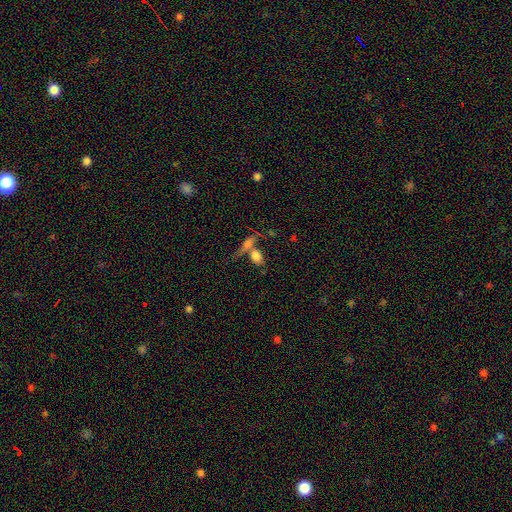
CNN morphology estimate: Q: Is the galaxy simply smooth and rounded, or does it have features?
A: smooth — 74%.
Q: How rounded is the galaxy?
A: in between — 73%.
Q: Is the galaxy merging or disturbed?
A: merger — 46%.